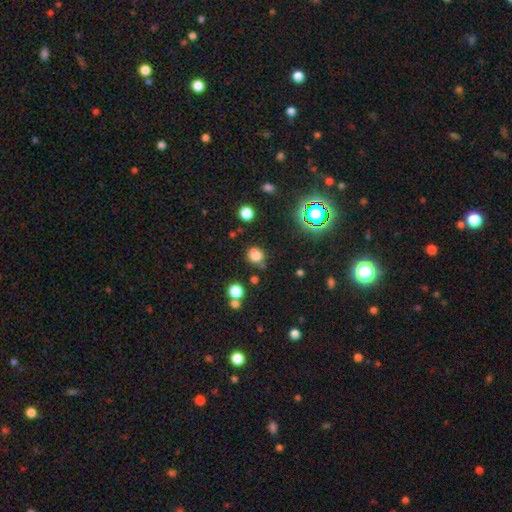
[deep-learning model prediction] A smooth galaxy with no disk features (76%) that is round (71%). Merging: none (74%).